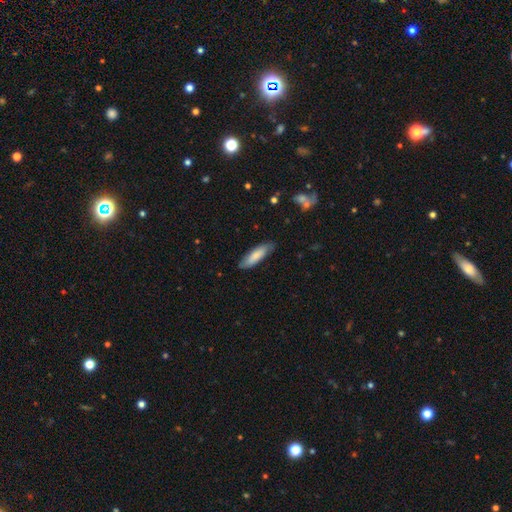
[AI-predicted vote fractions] Overall: smooth (77%). How rounded: cigar-shaped (59%; in between 40%). Merging: none (80%).